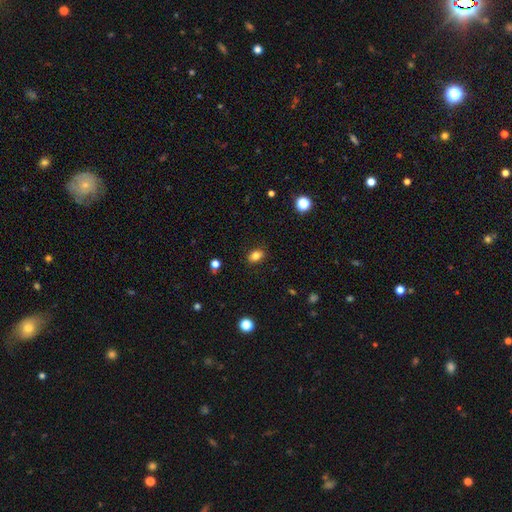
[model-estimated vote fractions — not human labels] The model was most divided on "how rounded": in between: 75%, round: 24%, cigar-shaped: 2%. More confident: merging — none (87%); smooth or featured — smooth (82%).